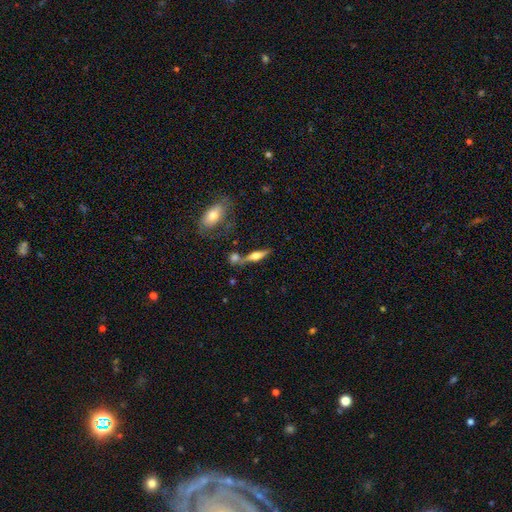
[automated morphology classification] This is likely a featured or disk galaxy (61%). It is clearly viewed edge-on (94%). Edge-on bulge: clearly rounded (92%). Merging: likely none (64%).